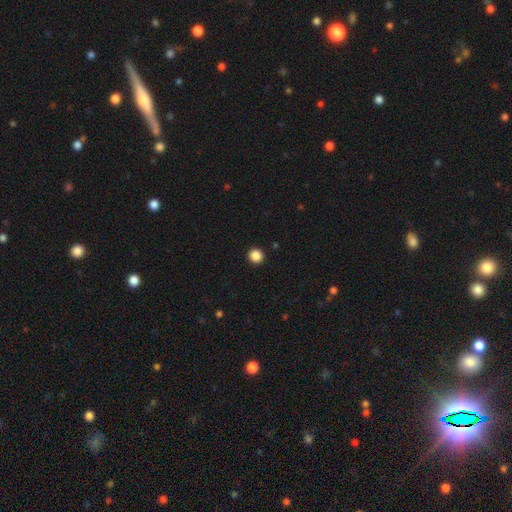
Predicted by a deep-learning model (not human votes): Overall: smooth (87%). How rounded: round (94%). Merging: none (94%).